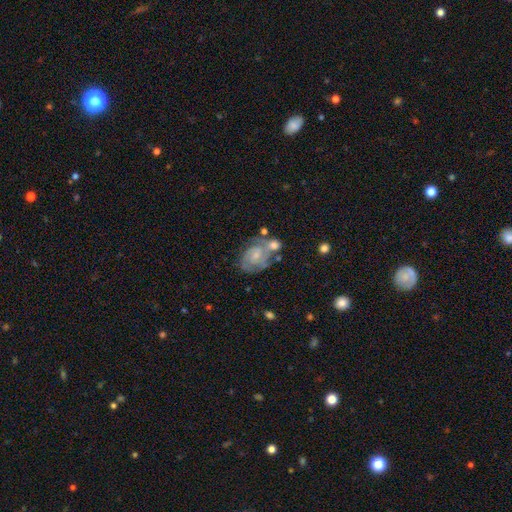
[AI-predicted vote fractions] A featured or disk galaxy (77%) with no bar (55%), 2 (53%) tight (53%) spiral arms (92%) and a small central bulge (65%). Merging: none (44%).